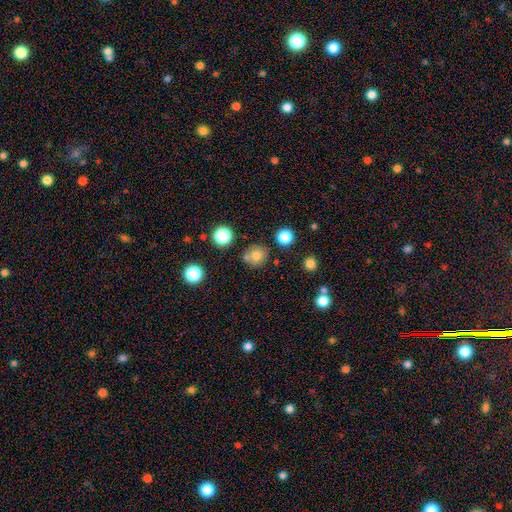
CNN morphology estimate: A smooth galaxy with no disk features (77%) that is round (88%).

Vote fractions:
- Smooth or featured? smooth: 77% / star or artifact: 14% / featured or disk: 8%
- How rounded? round: 88% / in between: 11% / cigar-shaped: 1%
- Merging? none: 72% / merger: 13% / minor disturbance: 11% / major disturbance: 4%